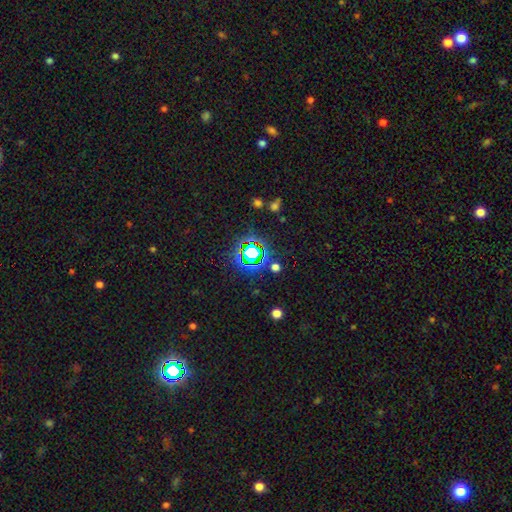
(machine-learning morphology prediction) Smooth or featured?
  - star or artifact: 71% *
  - smooth: 19%
  - featured or disk: 10%